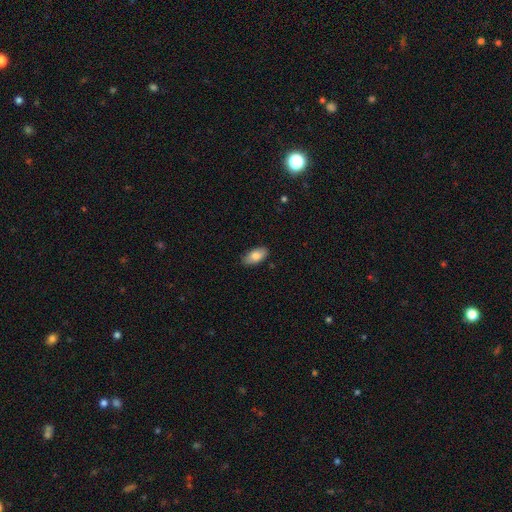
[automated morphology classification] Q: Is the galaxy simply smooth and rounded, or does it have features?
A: smooth — 82%.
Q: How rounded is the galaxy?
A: in between — 92%.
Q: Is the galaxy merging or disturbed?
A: none — 86%.